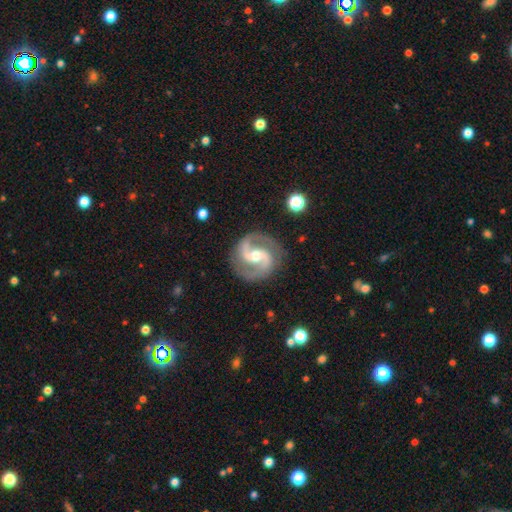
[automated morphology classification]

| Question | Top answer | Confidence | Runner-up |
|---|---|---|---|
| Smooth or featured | featured or disk | 92% | star or artifact (4%) |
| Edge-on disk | no | 98% | yes (2%) |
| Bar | weak | 41% | strong (33%) |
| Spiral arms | yes | 98% | no (2%) |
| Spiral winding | medium | 63% | tight (23%) |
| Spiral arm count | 2 | 94% | can't tell (2%) |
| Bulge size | moderate | 66% | small (29%) |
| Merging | none | 86% | minor disturbance (10%) |